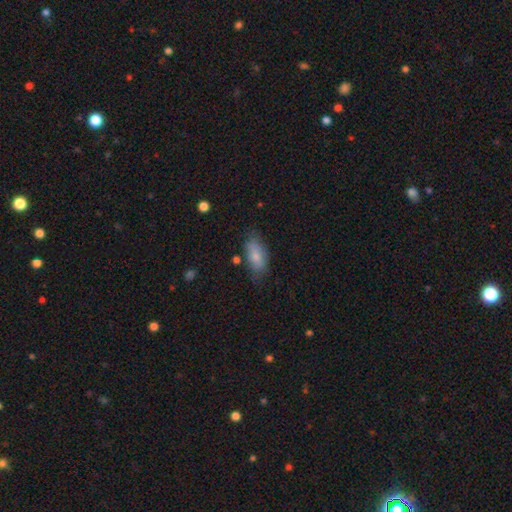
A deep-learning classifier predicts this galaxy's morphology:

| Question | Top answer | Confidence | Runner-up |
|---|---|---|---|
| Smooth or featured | smooth | 77% | featured or disk (16%) |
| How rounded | in between | 87% | cigar-shaped (10%) |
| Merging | none | 65% | minor disturbance (25%) |